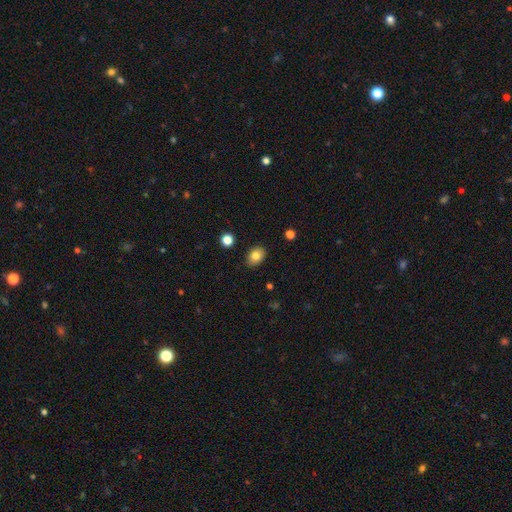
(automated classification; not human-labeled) smooth-or-featured: smooth: 82% | star or artifact: 9% | featured or disk: 9%
  how-rounded: in between: 74% | round: 25% | cigar-shaped: 1%
  merging: none: 87% | minor disturbance: 9% | major disturbance: 2% | merger: 1%